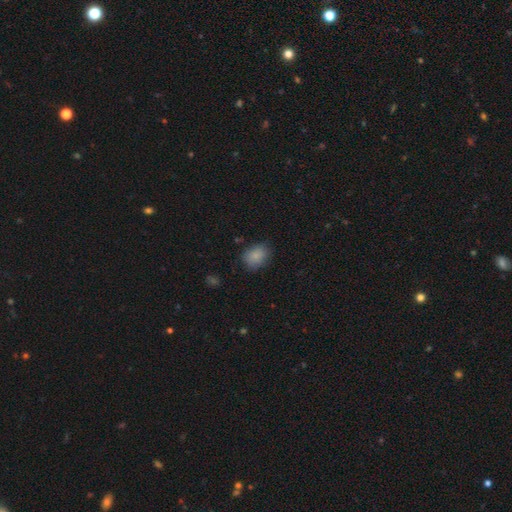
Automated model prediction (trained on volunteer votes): The model was most divided on "how rounded": in between: 58%, round: 41%, cigar-shaped: 1%. More confident: smooth or featured — smooth (84%); merging — none (75%).